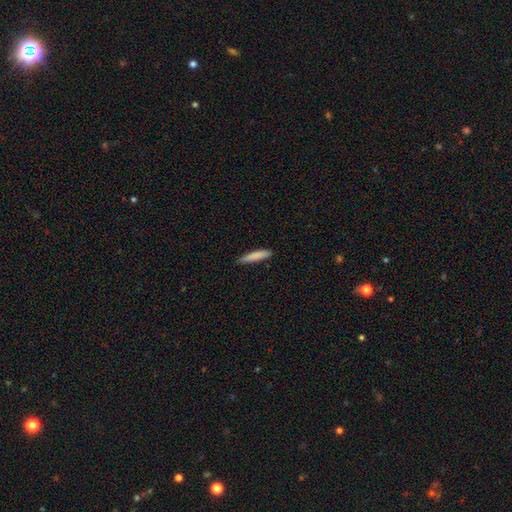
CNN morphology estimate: This appears to be a smooth galaxy with no disk features (83%) that is cigar-shaped (89%). Merging: none (85%).